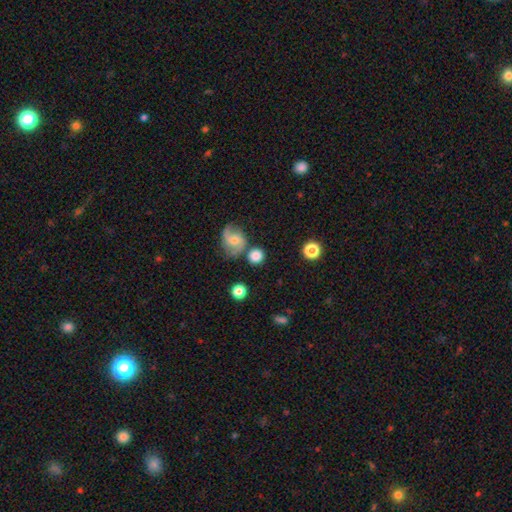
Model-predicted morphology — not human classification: Smooth or featured? smooth (74%)
How rounded? round (88%)
Merging? none (71%)